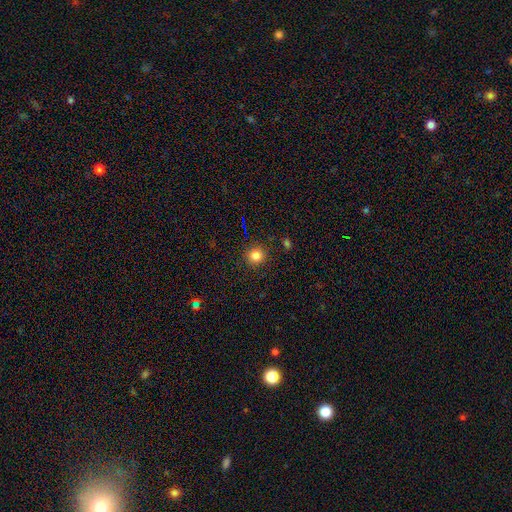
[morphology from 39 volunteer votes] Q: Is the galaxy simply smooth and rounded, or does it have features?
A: smooth — 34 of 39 (87%).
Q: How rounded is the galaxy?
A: round — 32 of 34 (94%).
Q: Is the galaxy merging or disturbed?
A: none — 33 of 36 (92%).